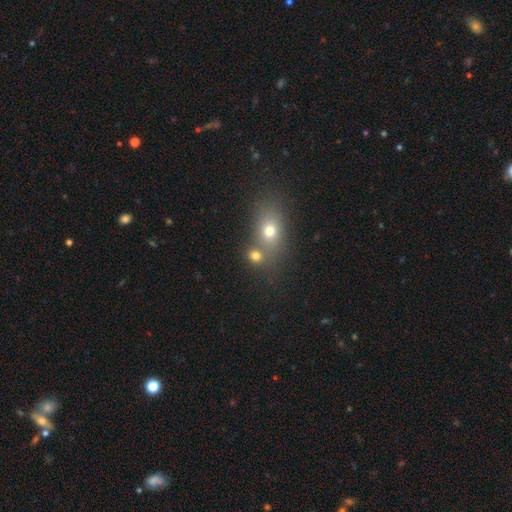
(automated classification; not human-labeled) Overall: smooth (75%). How rounded: round (67%; in between 31%). Merging: none (51%; merger 36%).